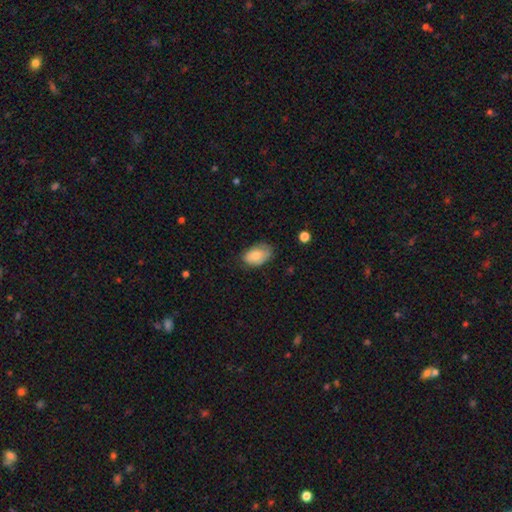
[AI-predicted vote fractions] A smooth galaxy with no disk features (79%) that is in between round and cigar-shaped (90%). Merging: none (66%).